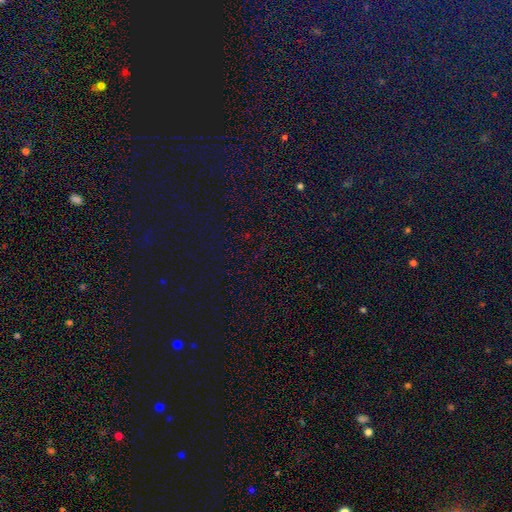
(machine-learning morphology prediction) Smooth or featured?
  - star or artifact: 74% *
  - smooth: 19%
  - featured or disk: 7%